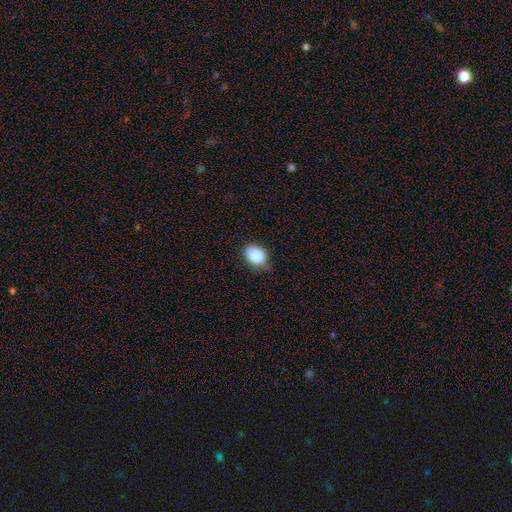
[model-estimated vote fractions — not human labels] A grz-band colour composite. It shows a smooth galaxy with no disk features (88%) that is in between round and cigar-shaped (70%). Merging: none (71%).